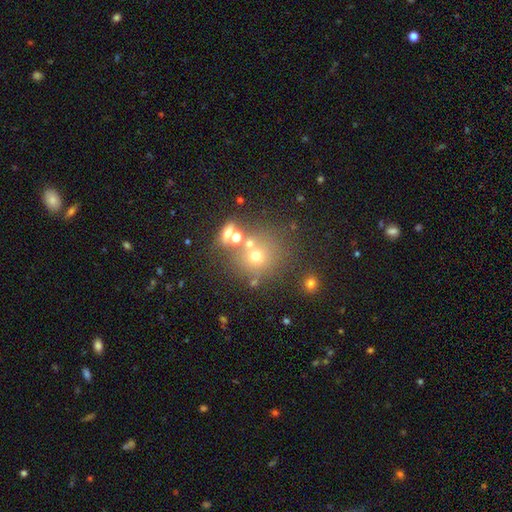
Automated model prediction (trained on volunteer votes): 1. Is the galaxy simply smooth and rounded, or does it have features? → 57% smooth, 26% star or artifact, 17% featured or disk.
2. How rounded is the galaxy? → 85% round, 14% in between, 1% cigar-shaped.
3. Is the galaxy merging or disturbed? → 60% none, 24% merger, 10% minor disturbance, 6% major disturbance.